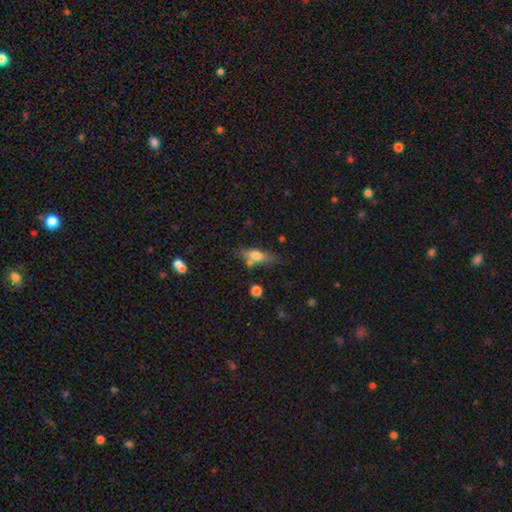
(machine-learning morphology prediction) The model was most divided on "how rounded": in between: 61%, cigar-shaped: 35%, round: 4%. More confident: smooth or featured — smooth (67%); merging — none (62%).